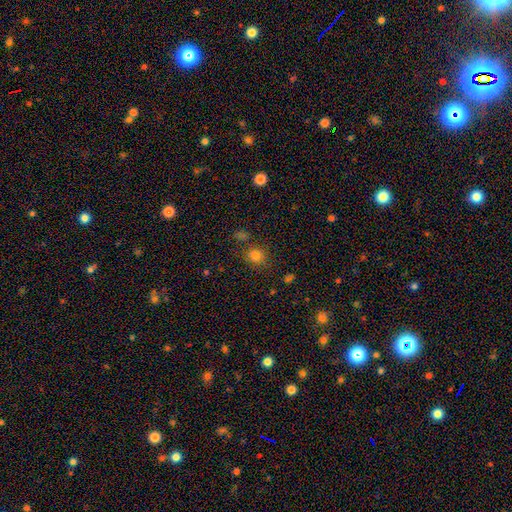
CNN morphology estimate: Smooth or featured?
  - smooth: 77% *
  - star or artifact: 16%
  - featured or disk: 7%
How rounded?
  - round: 80% *
  - in between: 19%
  - cigar-shaped: 1%
Merging?
  - none: 74% *
  - minor disturbance: 12%
  - merger: 9%
  - major disturbance: 5%